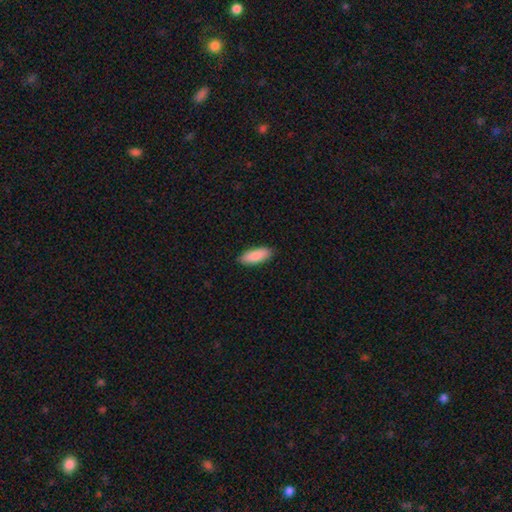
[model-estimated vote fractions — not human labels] smooth 86%, featured or disk 8%, star or artifact 6%. Down the decision tree: how rounded — in between (75%); merging — none (88%).